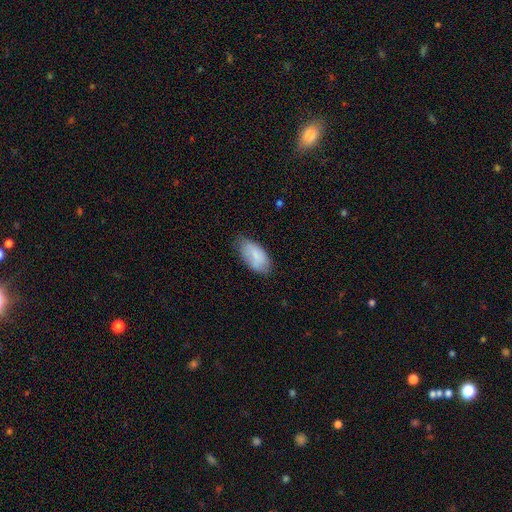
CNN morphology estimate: This is likely a smooth galaxy (80%). How rounded: clearly in between (94%). Merging: likely none (62%).